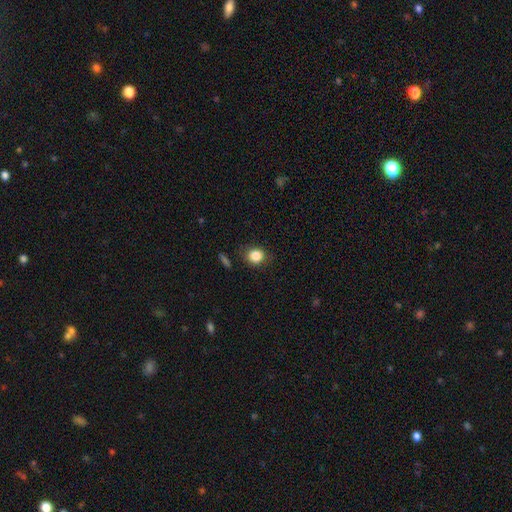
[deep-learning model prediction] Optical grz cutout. It shows a smooth galaxy with no disk features (84%) that is round (73%). Merging: none (82%).